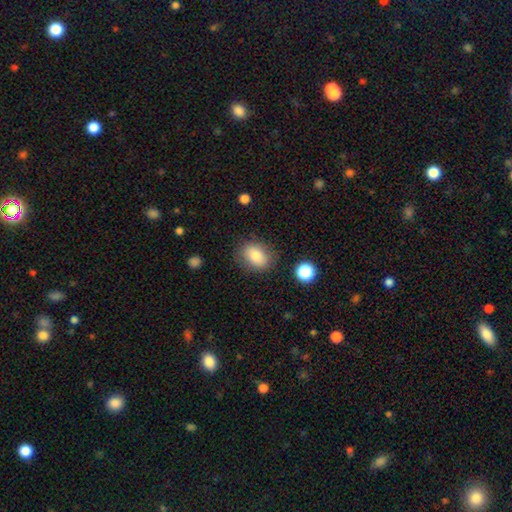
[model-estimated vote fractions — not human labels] This is clearly a smooth galaxy (80%). How rounded: likely in between (61%). Merging: clearly none (81%).